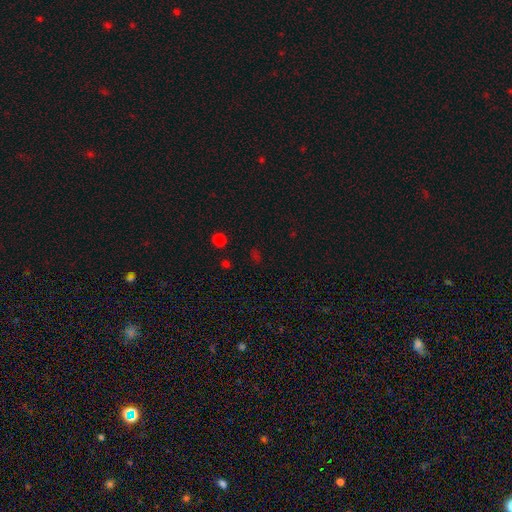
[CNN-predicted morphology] This appears to be a star or artifact, not a galaxy (49%).